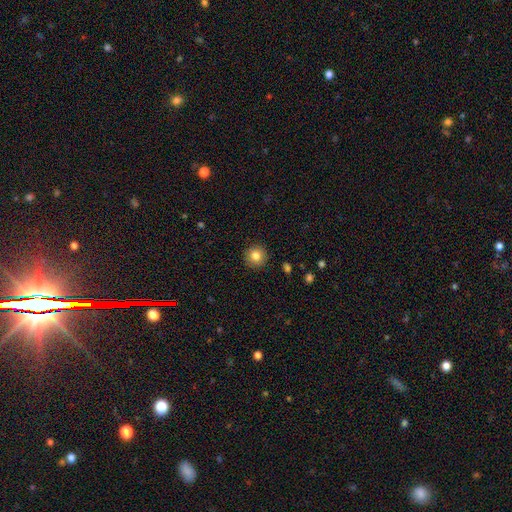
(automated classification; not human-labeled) smooth 83%, star or artifact 10%, featured or disk 7%. Down the decision tree: how rounded — round (95%); merging — none (91%).